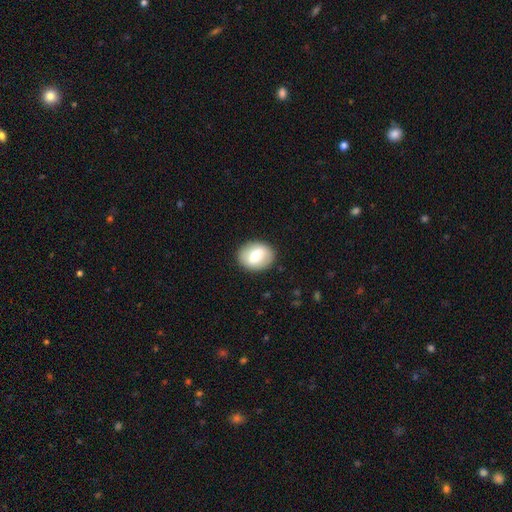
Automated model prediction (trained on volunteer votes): smooth 62%, featured or disk 31%, star or artifact 7%. Down the decision tree: how rounded — in between (58%); merging — none (88%).